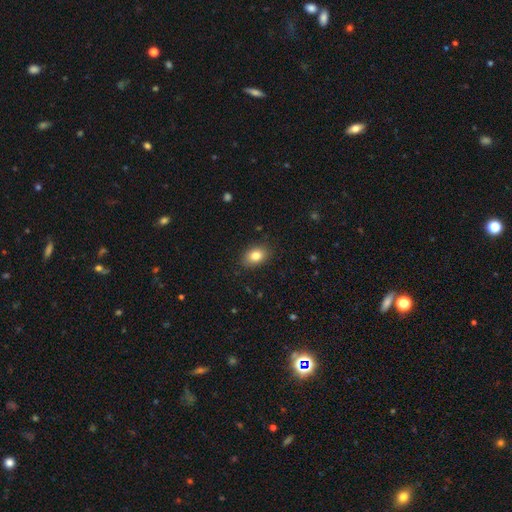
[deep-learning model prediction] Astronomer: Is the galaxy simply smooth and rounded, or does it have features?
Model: smooth — 83%.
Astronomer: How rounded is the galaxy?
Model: in between — 80%.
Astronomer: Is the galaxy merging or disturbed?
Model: none — 86%.